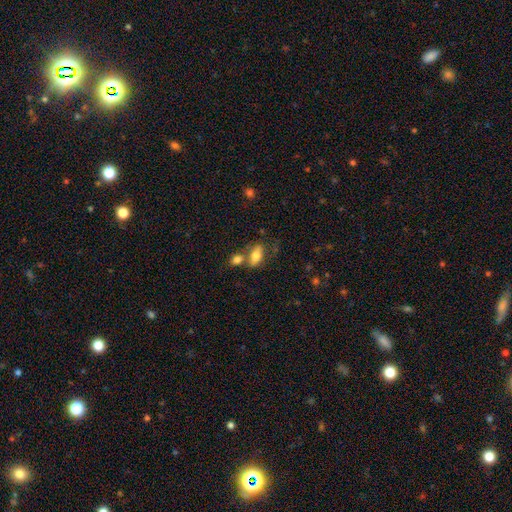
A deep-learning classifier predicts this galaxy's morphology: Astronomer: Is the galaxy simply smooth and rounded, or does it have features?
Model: smooth — 74%.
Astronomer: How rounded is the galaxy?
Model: in between — 81%.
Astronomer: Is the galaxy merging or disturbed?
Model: none — 47% (runner-up: merger, 33%).